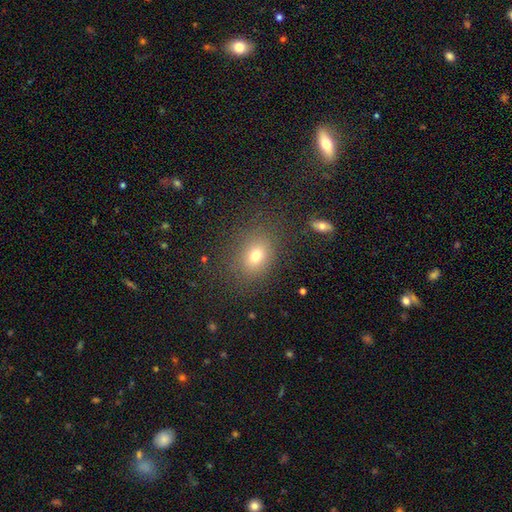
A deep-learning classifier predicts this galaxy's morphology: Q: Smooth or featured?
A: smooth (74%); runner-up: star or artifact (15%)
Q: How rounded?
A: in between (61%); runner-up: round (38%)
Q: Merging?
A: none (81%); runner-up: minor disturbance (12%)